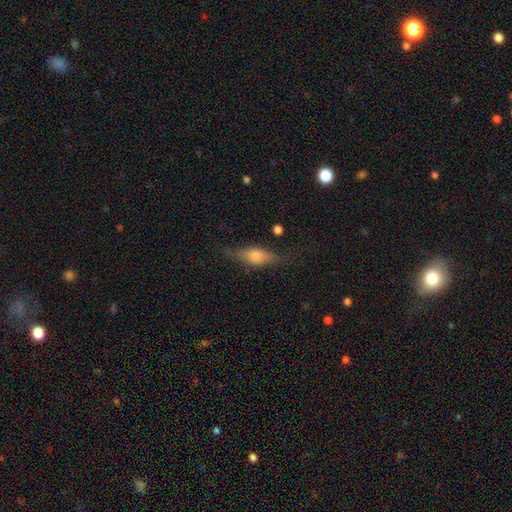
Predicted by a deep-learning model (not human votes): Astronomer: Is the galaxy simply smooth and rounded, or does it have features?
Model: featured or disk — 47% (runner-up: smooth, 44%).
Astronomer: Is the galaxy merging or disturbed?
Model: none — 72%.